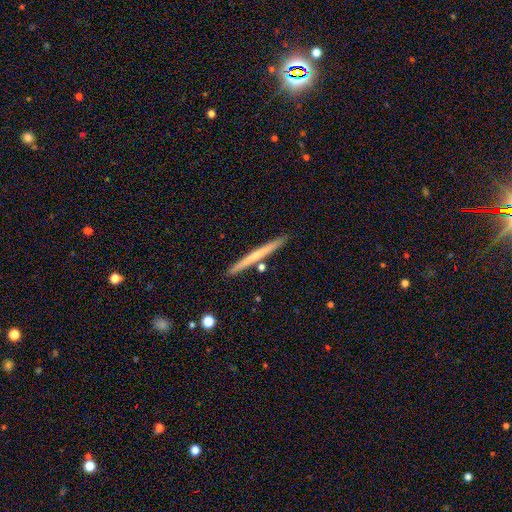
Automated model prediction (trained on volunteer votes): Overall: featured or disk (49%; smooth 44%). Merging: none (86%).